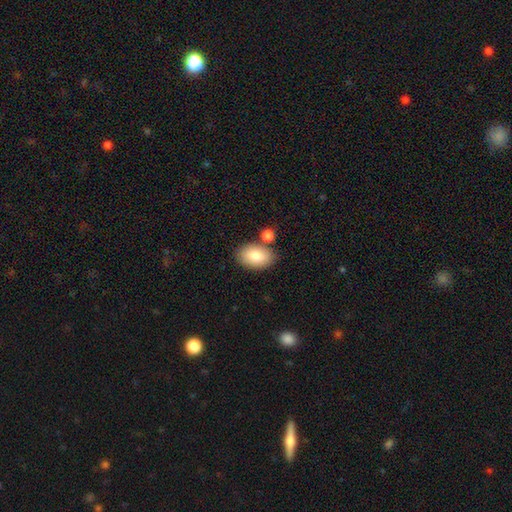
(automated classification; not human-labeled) Smooth or featured: smooth — 83% (featured or disk — 11%)
How rounded: in between — 91% (round — 8%)
Merging: none — 75% (minor disturbance — 12%)